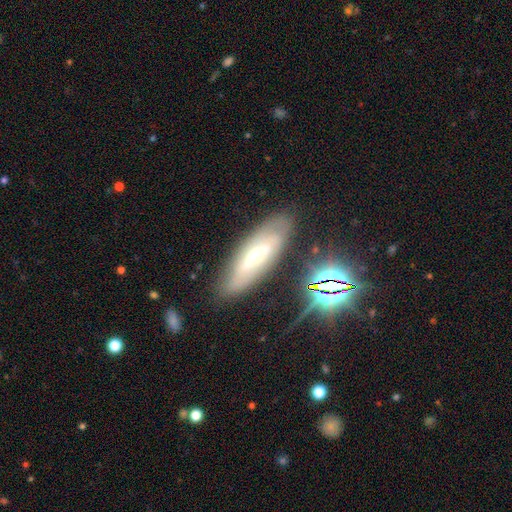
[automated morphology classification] featured or disk 64%, smooth 25%, star or artifact 11%. Down the decision tree: edge-on disk — no (69%); merging — none (78%).